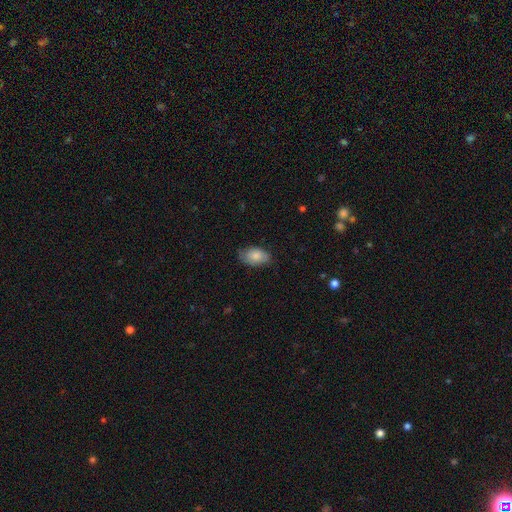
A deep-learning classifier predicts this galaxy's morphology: A smooth galaxy with no disk features (78%) that is in between round and cigar-shaped (91%).

Vote fractions:
- Smooth or featured? smooth: 78% / featured or disk: 15% / star or artifact: 7%
- How rounded? in between: 91% / round: 7% / cigar-shaped: 1%
- Merging? none: 70% / minor disturbance: 24% / major disturbance: 5% / merger: 1%